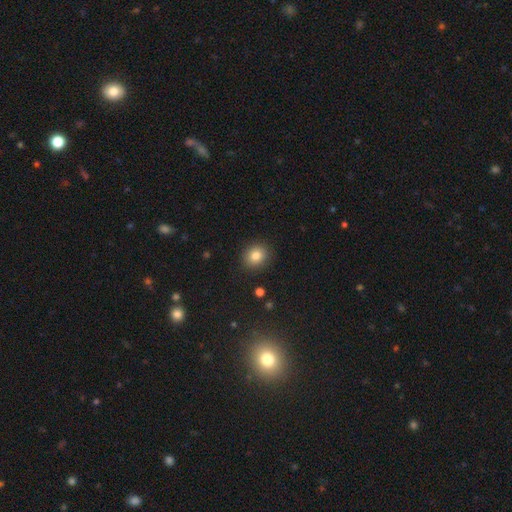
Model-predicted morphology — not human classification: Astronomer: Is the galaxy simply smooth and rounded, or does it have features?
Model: smooth — 83%.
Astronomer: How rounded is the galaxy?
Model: round — 77%.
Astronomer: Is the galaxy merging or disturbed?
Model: none — 89%.